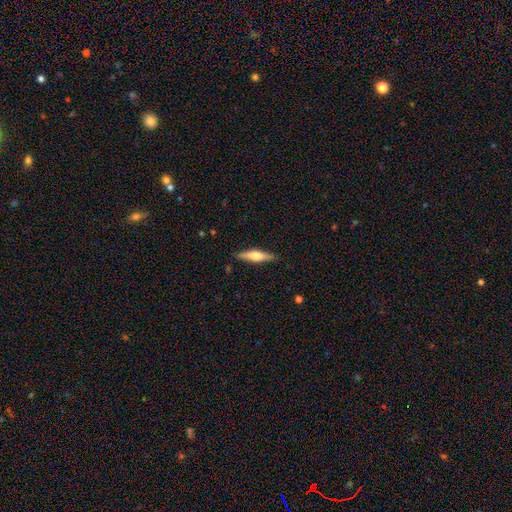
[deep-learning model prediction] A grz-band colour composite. It shows a featured or disk galaxy (50%) viewed edge-on (95%). Merging: none (88%).